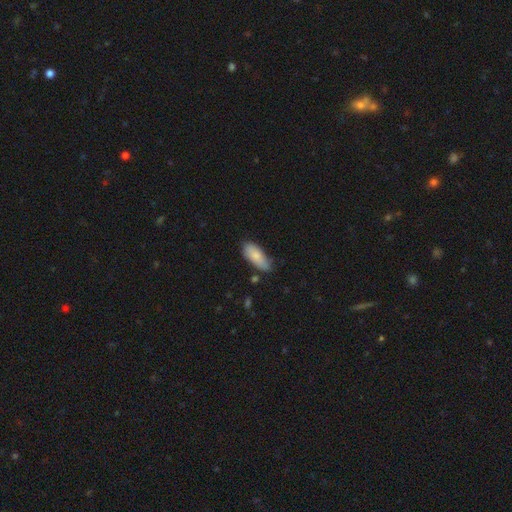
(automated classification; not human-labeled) A smooth galaxy with no disk features (83%) that is in between round and cigar-shaped (85%).

Vote fractions:
- Smooth or featured? smooth: 83% / featured or disk: 11% / star or artifact: 6%
- How rounded? in between: 85% / cigar-shaped: 13% / round: 2%
- Merging? none: 64% / minor disturbance: 28% / major disturbance: 4% / merger: 3%